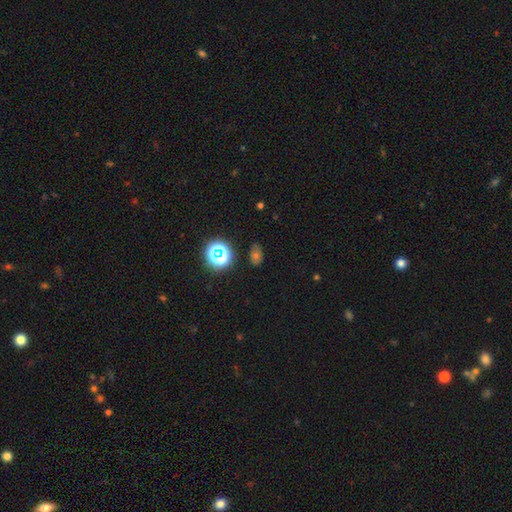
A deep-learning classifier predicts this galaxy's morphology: Smooth or featured? Predicted: star or artifact (p=0.48).